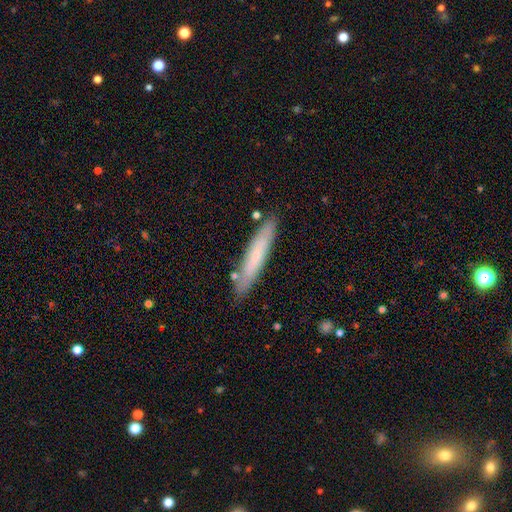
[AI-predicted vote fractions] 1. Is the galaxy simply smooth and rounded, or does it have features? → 57% smooth, 37% featured or disk, 6% star or artifact.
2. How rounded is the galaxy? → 90% cigar-shaped, 9% in between, 1% round.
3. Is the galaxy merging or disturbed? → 84% none, 11% minor disturbance, 3% merger, 2% major disturbance.